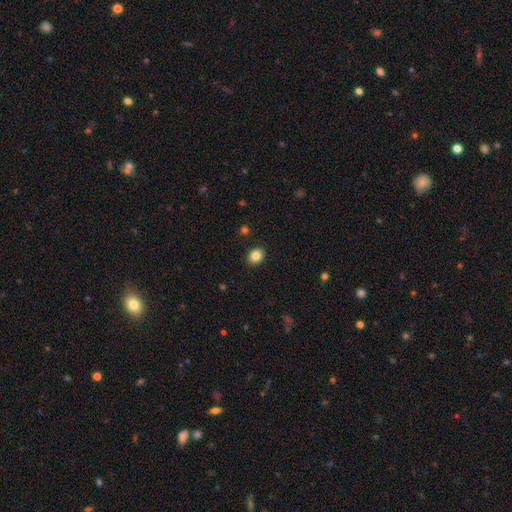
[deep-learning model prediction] Smooth or featured? smooth (85%)
How rounded? round (54%)
Merging? none (90%)